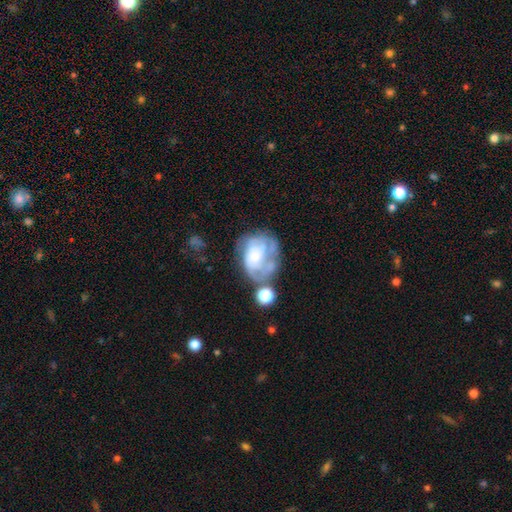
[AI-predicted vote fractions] Smooth or featured? featured or disk (63%)
Edge-on disk? no (97%)
Bar? no (78%)
Spiral arms? yes (58%)
Bulge size? small (41%)
Merging? none (34%)